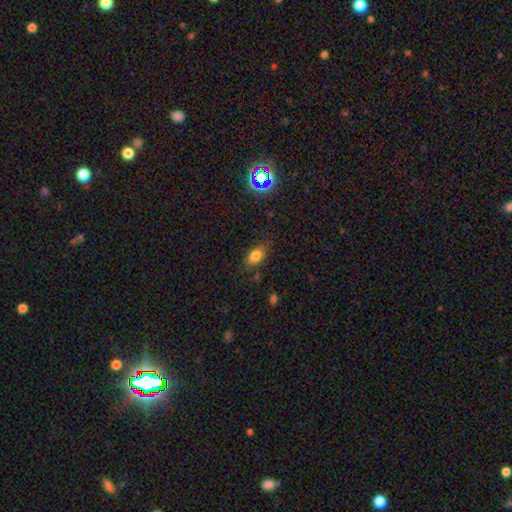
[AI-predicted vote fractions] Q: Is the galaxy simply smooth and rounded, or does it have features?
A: smooth — 78%.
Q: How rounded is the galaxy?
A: in between — 81%.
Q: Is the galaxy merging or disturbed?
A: none — 76%.